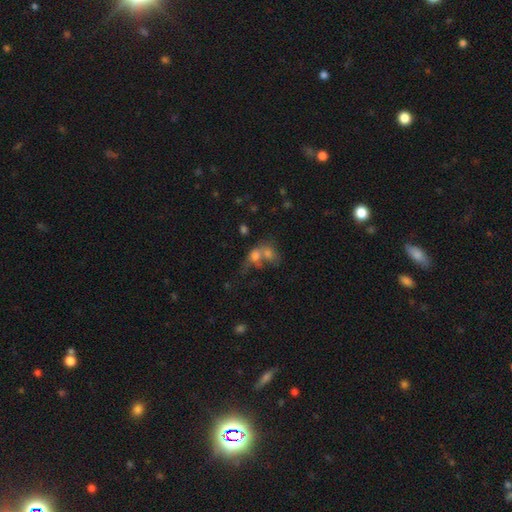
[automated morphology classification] Smooth or featured?
  - smooth: 67% *
  - featured or disk: 21%
  - star or artifact: 13%
How rounded?
  - in between: 62% *
  - round: 35%
  - cigar-shaped: 3%
Merging?
  - merger: 66% *
  - none: 16%
  - major disturbance: 10%
  - minor disturbance: 8%